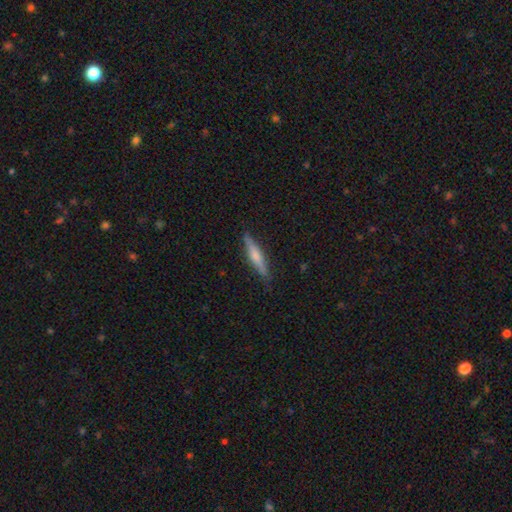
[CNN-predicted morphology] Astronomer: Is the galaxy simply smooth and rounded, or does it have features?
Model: smooth — 49% (runner-up: featured or disk, 44%).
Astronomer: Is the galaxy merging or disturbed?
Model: none — 87%.